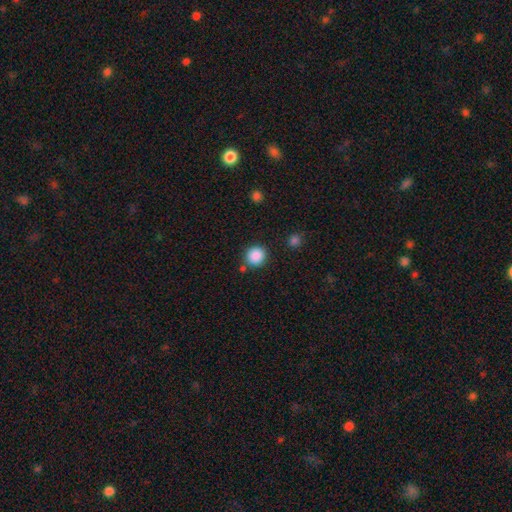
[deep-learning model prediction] Smooth or featured? Predicted: smooth (p=0.88). How rounded? Predicted: round (p=0.92). Merging? Predicted: none (p=0.84).